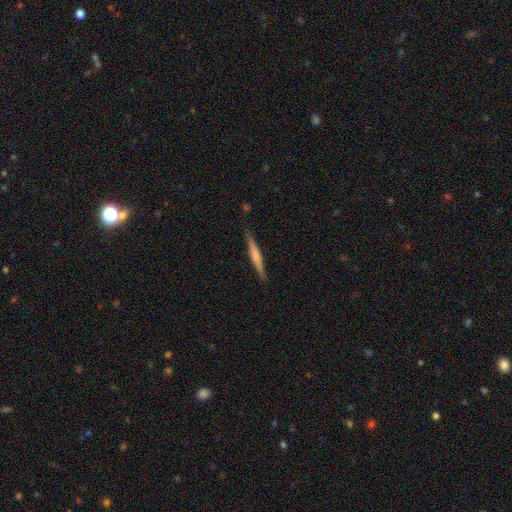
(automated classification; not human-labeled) Overall: featured or disk (54%; smooth 40%). Edge-on disk: yes (97%). Edge-on bulge: rounded (56%; none 26%). Merging: none (89%).